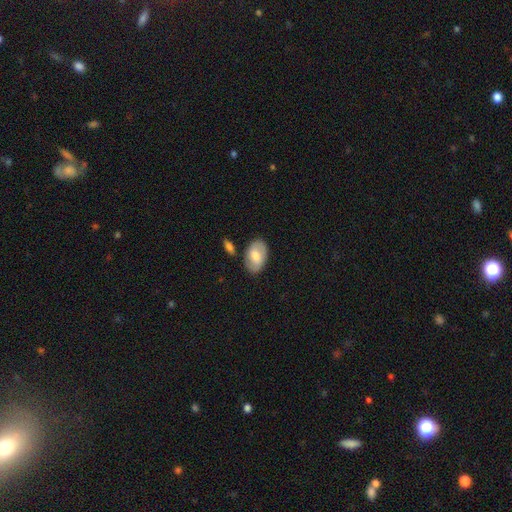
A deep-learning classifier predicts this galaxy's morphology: A smooth galaxy with no disk features (61%) that is in between round and cigar-shaped (91%). Merging: none (77%).